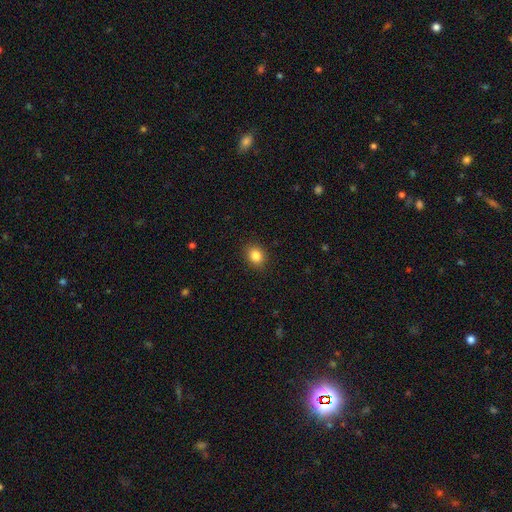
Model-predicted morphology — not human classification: A smooth galaxy with no disk features (85%) that is round (62%). Merging: none (90%).